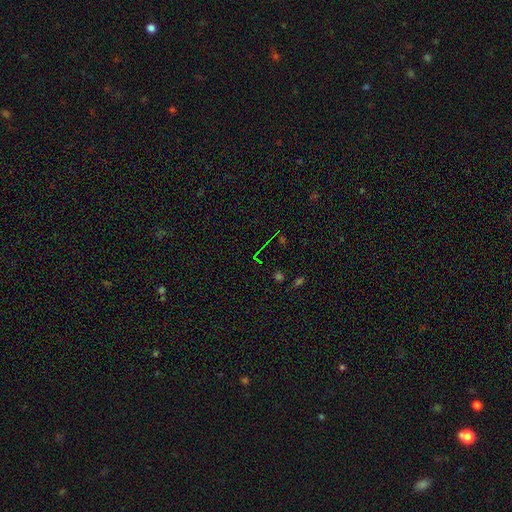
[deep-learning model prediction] The model was most divided on "smooth or featured": star or artifact: 67%, smooth: 21%, featured or disk: 12%.